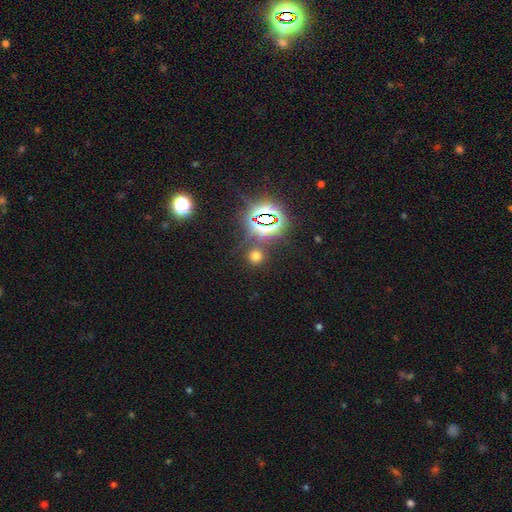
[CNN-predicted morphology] Overall: smooth (57%; star or artifact 36%). How rounded: round (89%). Merging: none (83%).